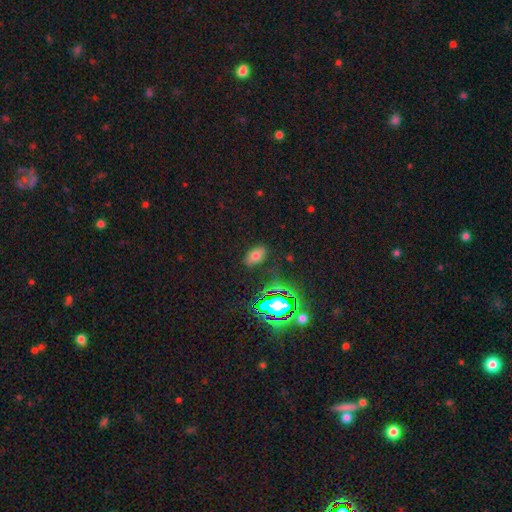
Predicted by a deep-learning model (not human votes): This is likely a smooth galaxy (64%). How rounded: clearly in between (89%). Merging: clearly none (84%).